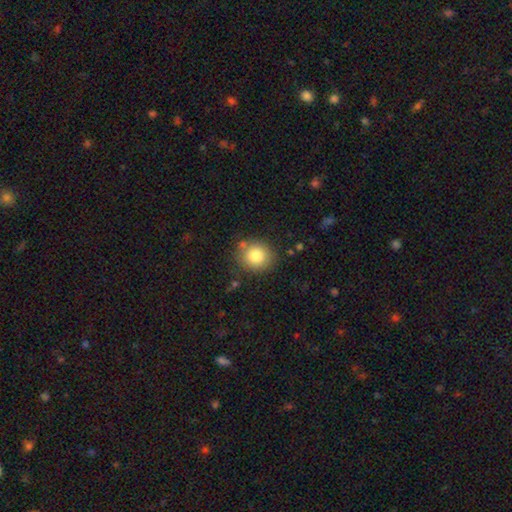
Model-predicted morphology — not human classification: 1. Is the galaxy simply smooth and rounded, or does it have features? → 82% smooth, 10% star or artifact, 9% featured or disk.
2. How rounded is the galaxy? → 85% round, 14% in between, 1% cigar-shaped.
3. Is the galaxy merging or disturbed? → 82% none, 11% minor disturbance, 4% merger, 3% major disturbance.